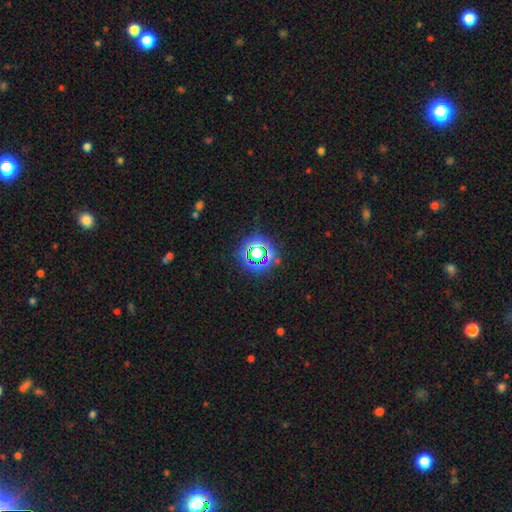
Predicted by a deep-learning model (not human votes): Smooth or featured: star or artifact — 54% (smooth — 33%)